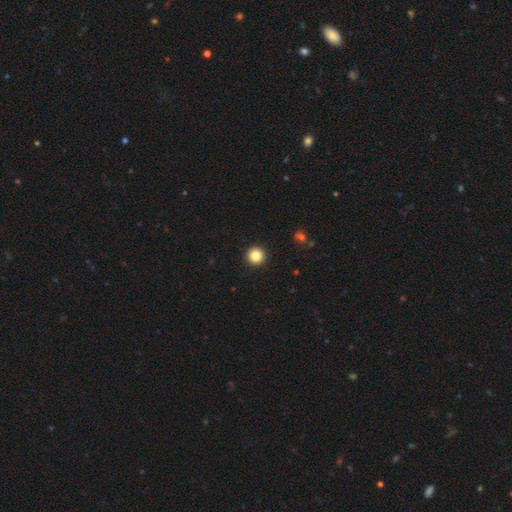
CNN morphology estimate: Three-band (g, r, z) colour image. It shows a smooth galaxy with no disk features (85%) that is round (96%). Merging: none (94%).